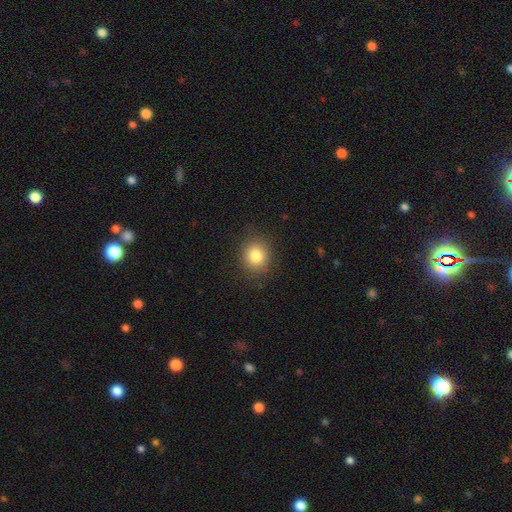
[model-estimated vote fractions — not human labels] The model was most divided on "how rounded": round: 78%, in between: 21%, cigar-shaped: 1%. More confident: merging — none (88%); smooth or featured — smooth (82%).